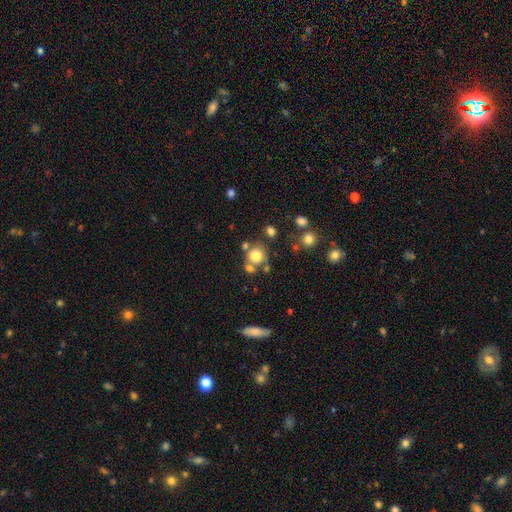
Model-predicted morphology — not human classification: Smooth or featured: smooth — 78% (star or artifact — 12%)
How rounded: round — 86% (in between — 12%)
Merging: none — 61% (merger — 22%)